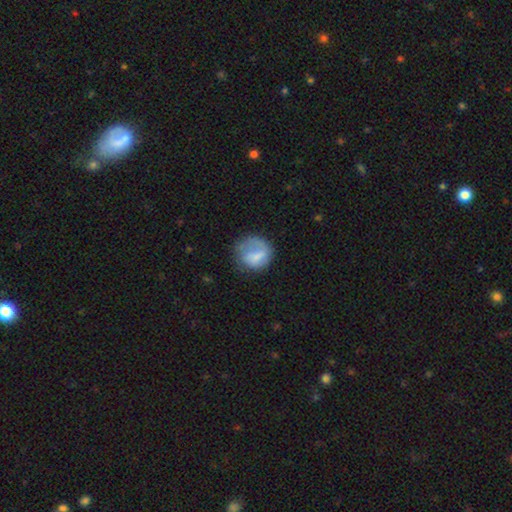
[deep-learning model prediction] Smooth or featured?
  - smooth: 64% *
  - featured or disk: 29%
  - star or artifact: 7%
How rounded?
  - round: 77% *
  - in between: 22%
  - cigar-shaped: 1%
Merging?
  - none: 45% *
  - major disturbance: 27%
  - minor disturbance: 25%
  - merger: 3%